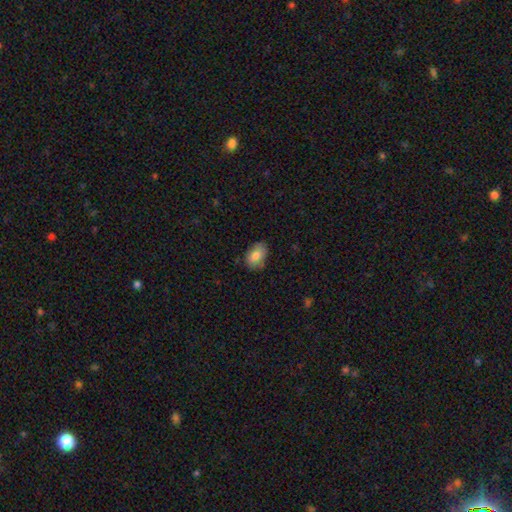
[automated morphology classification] This is clearly a smooth galaxy (81%). How rounded: clearly in between (85%). Merging: likely none (77%).